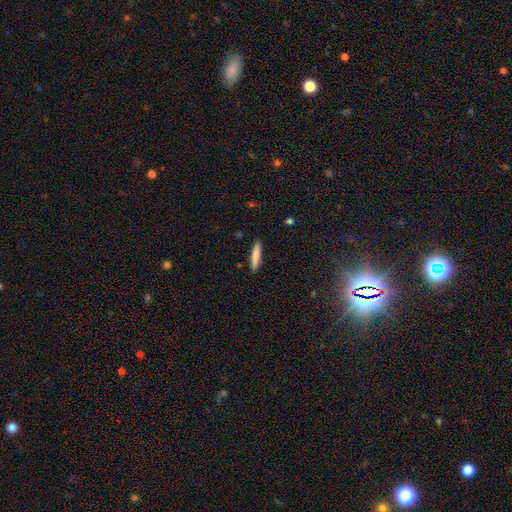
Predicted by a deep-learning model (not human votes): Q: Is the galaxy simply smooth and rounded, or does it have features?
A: smooth — 80%.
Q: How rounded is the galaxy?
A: cigar-shaped — 87%.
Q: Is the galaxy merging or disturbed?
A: none — 90%.